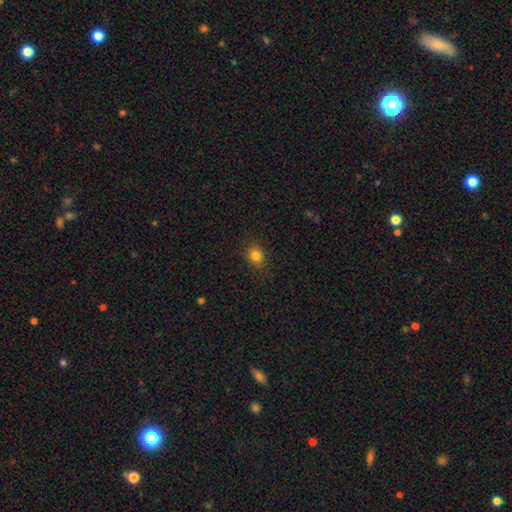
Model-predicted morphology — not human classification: Q: Smooth or featured?
A: smooth (82%); runner-up: star or artifact (13%)
Q: How rounded?
A: round (72%); runner-up: in between (27%)
Q: Merging?
A: none (88%); runner-up: minor disturbance (9%)